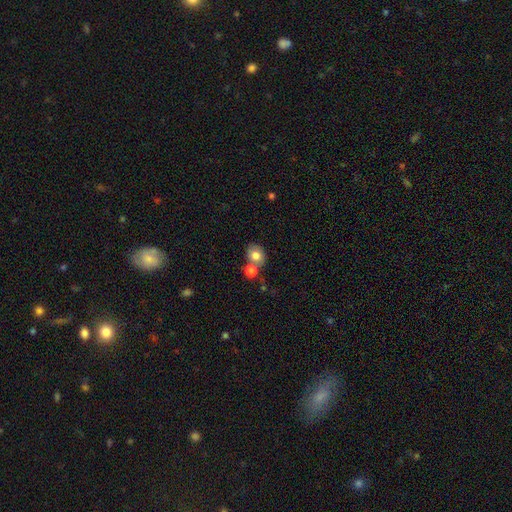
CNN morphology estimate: Q: Smooth or featured?
A: smooth (78%); runner-up: featured or disk (12%)
Q: How rounded?
A: round (54%); runner-up: in between (45%)
Q: Merging?
A: none (54%); runner-up: merger (30%)